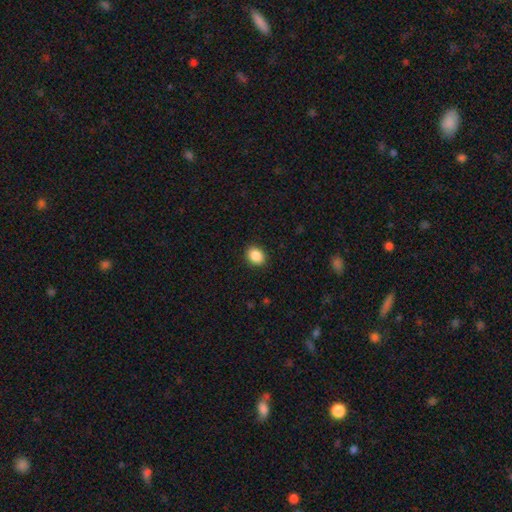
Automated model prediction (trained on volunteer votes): smooth_or_featured: smooth (p=0.88) [alt: star or artifact p=0.09]
how_rounded: in between (p=0.54) [alt: round p=0.45]
merging: none (p=0.90) [alt: minor disturbance p=0.07]